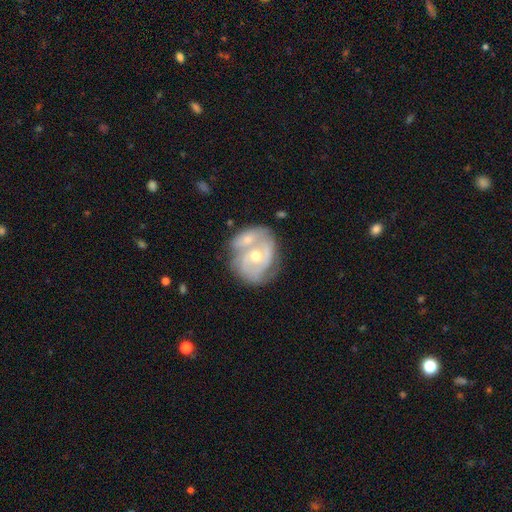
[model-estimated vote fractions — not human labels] Smooth or featured? featured or disk (76%)
Edge-on disk? no (97%)
Bar? no (69%)
Spiral arms? yes (81%)
Spiral winding? tight (56%)
Spiral arm count? 2 (50%)
Bulge size? moderate (65%)
Merging? merger (50%)